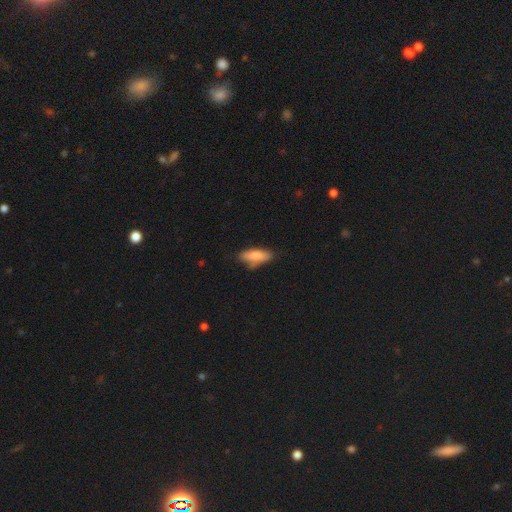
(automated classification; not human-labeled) smooth-or-featured: smooth: 79% | featured or disk: 15% | star or artifact: 7%
  how-rounded: in between: 66% | cigar-shaped: 32% | round: 2%
  merging: none: 61% | minor disturbance: 28% | major disturbance: 6% | merger: 5%